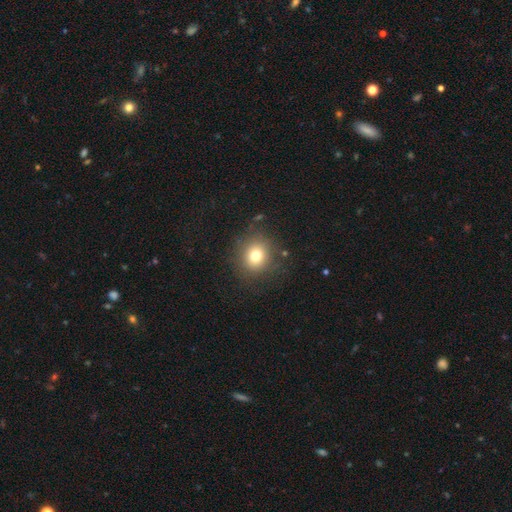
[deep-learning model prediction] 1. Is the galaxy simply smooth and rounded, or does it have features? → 75% smooth, 15% star or artifact, 11% featured or disk.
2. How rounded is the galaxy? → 84% round, 15% in between, 1% cigar-shaped.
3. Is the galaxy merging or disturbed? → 84% none, 10% minor disturbance, 4% major disturbance, 2% merger.